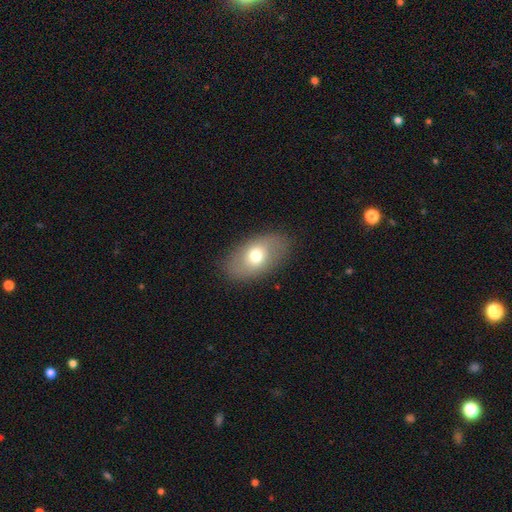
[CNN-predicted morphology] Smooth or featured: smooth — 66% (featured or disk — 26%)
How rounded: in between — 88% (round — 10%)
Merging: none — 84% (minor disturbance — 11%)